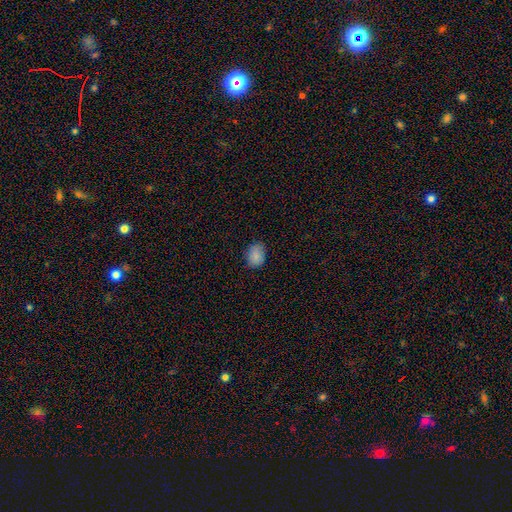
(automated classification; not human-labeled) Overall: smooth (87%). How rounded: in between (64%; round 35%). Merging: none (80%).